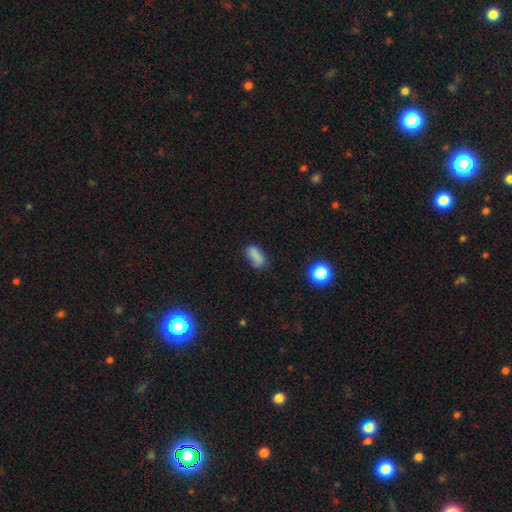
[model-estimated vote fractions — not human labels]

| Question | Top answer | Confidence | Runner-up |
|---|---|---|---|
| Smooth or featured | smooth | 82% | star or artifact (11%) |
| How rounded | in between | 85% | cigar-shaped (10%) |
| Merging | none | 65% | minor disturbance (26%) |